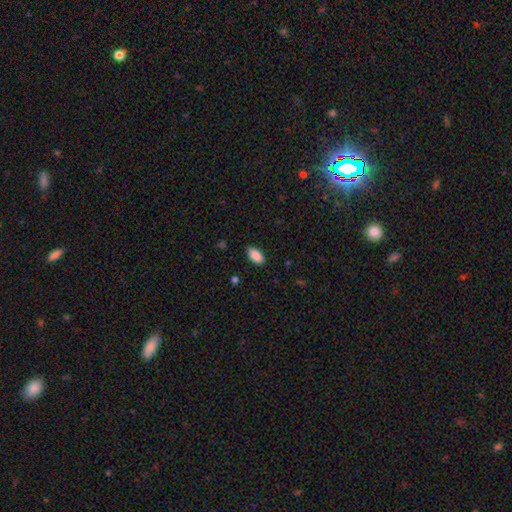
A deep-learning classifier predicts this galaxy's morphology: smooth-or-featured: smooth: 89% | star or artifact: 7% | featured or disk: 3%
  how-rounded: in between: 94% | cigar-shaped: 4% | round: 3%
  merging: none: 85% | minor disturbance: 11% | major disturbance: 2% | merger: 1%